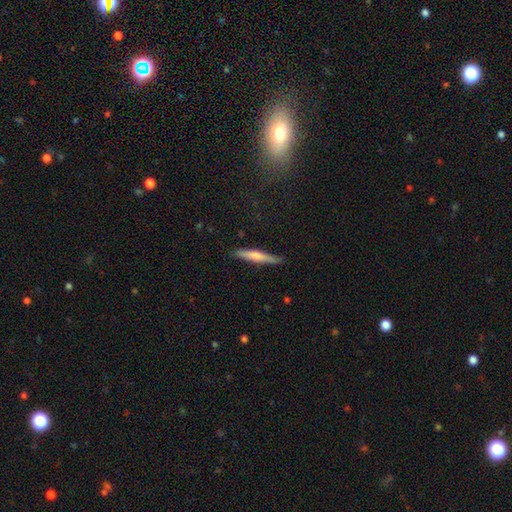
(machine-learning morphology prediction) This is possibly a smooth galaxy (60%). How rounded: clearly cigar-shaped (92%). Merging: clearly none (84%).